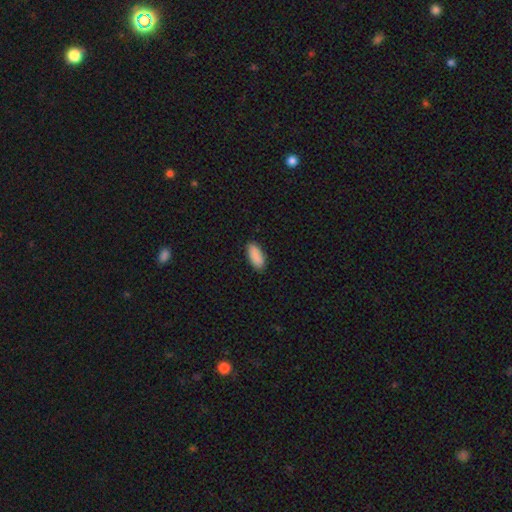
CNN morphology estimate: This is clearly a smooth galaxy (90%). How rounded: clearly in between (88%). Merging: clearly none (87%).